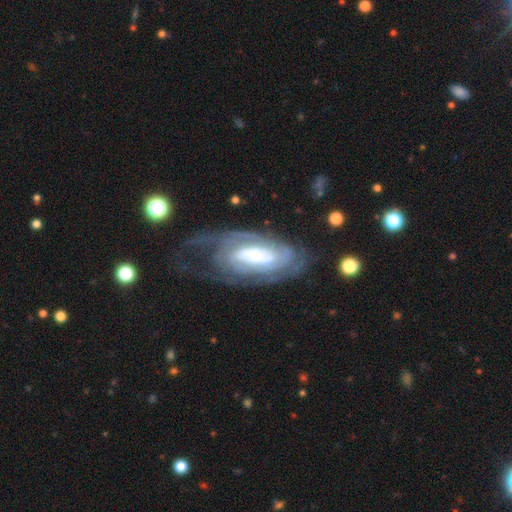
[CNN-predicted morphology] smooth_or_featured: featured or disk (p=0.83) [alt: smooth p=0.11]
disk_edge_on: no (p=0.93) [alt: yes p=0.07]
bar: no (p=0.53) [alt: weak p=0.31]
has_spiral_arms: yes (p=0.92) [alt: no p=0.08]
spiral_winding: tight (p=0.66) [alt: medium p=0.26]
spiral_arm_count: can't tell (p=0.41) [alt: 2 p=0.31]
bulge_size: small (p=0.63) [alt: moderate p=0.26]
merging: none (p=0.50) [alt: major disturbance p=0.25]